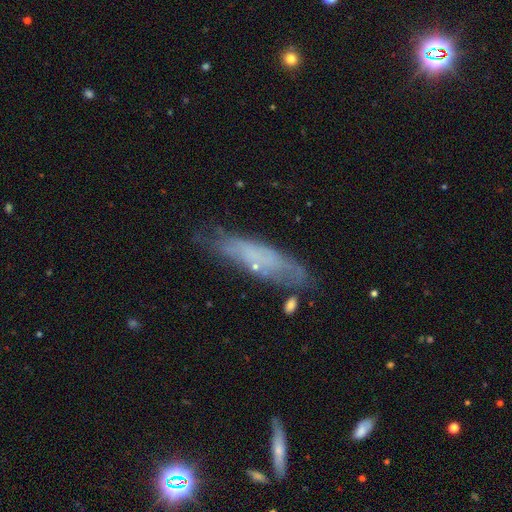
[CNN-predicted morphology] Smooth or featured: smooth — 49% (featured or disk — 42%)
Merging: none — 66% (minor disturbance — 23%)